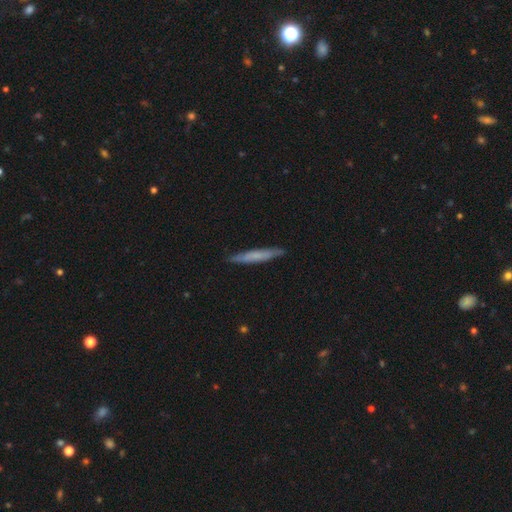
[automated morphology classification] Smooth or featured? smooth (58%)
How rounded? cigar-shaped (94%)
Merging? none (86%)